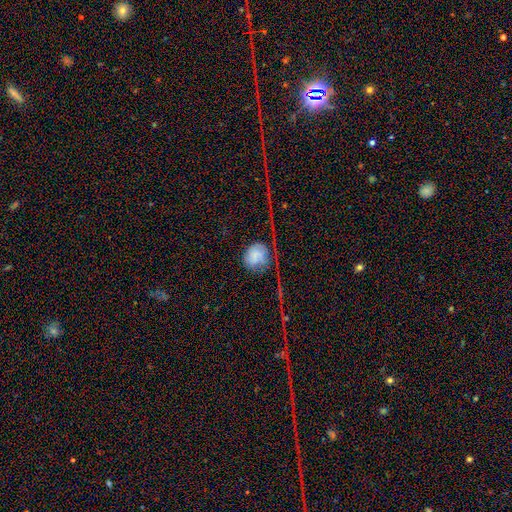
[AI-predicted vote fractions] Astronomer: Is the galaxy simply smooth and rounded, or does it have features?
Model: smooth — 56%.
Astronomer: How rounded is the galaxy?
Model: round — 76%.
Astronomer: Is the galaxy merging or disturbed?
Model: none — 45% (runner-up: major disturbance, 29%).